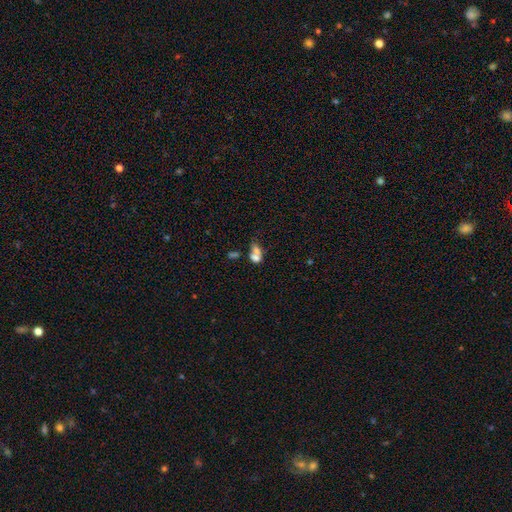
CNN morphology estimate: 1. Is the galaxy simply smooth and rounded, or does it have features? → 65% smooth, 22% featured or disk, 13% star or artifact.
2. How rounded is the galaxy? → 65% in between, 31% round, 4% cigar-shaped.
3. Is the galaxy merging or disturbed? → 64% merger, 19% none, 9% major disturbance, 8% minor disturbance.